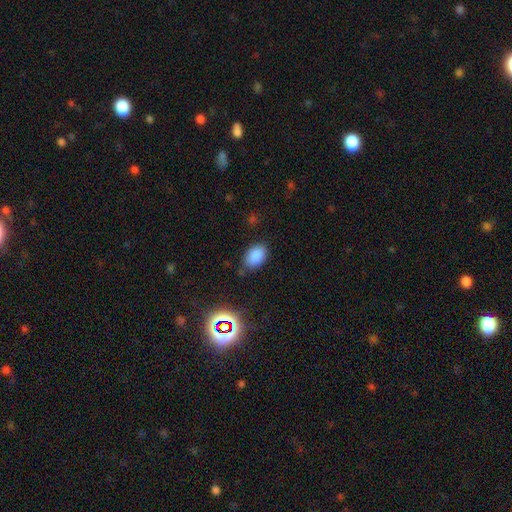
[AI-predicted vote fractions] Morphology: type=smooth (85%); roundness=in between (87%); merging=none (77%).